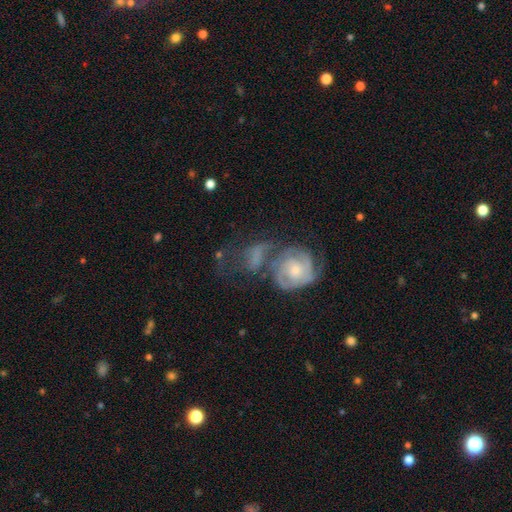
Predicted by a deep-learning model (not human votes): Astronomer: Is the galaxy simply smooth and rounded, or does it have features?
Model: featured or disk — 69%.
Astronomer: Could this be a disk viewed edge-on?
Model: no — 96%.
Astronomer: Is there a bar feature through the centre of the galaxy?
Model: no — 62%.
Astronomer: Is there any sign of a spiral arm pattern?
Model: yes — 84%.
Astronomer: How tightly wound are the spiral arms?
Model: tight — 57%.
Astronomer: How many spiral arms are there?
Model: can't tell — 35%, tied with 2 at 35%.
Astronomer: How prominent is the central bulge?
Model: small — 49% (runner-up: moderate, 37%).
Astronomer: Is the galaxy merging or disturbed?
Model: merger — 43% (runner-up: none, 27%).